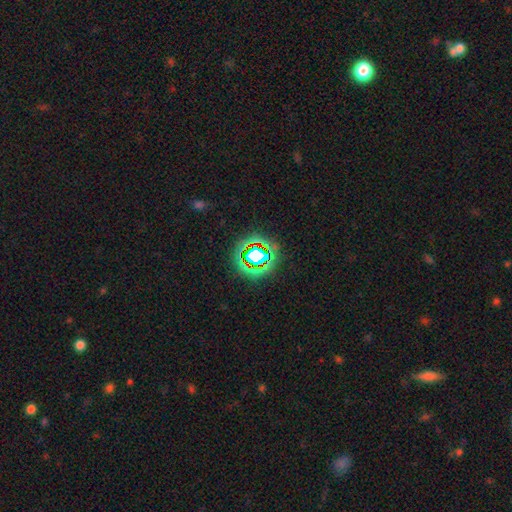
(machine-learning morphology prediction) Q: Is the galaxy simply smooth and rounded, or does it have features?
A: star or artifact — 61%.